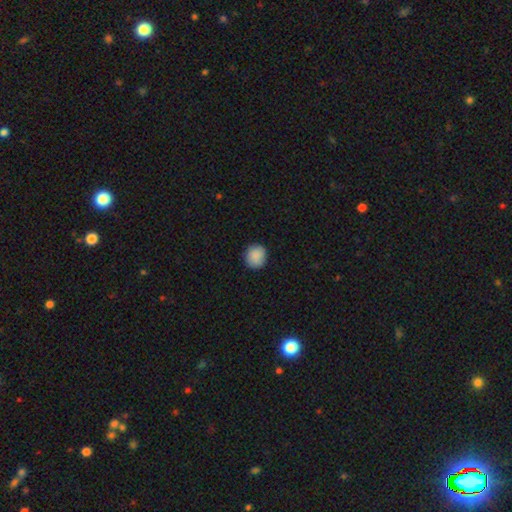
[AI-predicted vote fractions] A smooth galaxy with no disk features (89%) that is round (85%).

Vote fractions:
- Smooth or featured? smooth: 89% / star or artifact: 7% / featured or disk: 4%
- How rounded? round: 85% / in between: 14% / cigar-shaped: 1%
- Merging? none: 85% / minor disturbance: 11% / major disturbance: 2% / merger: 1%